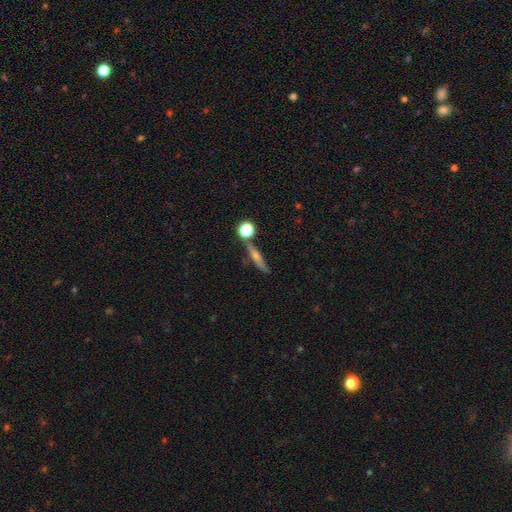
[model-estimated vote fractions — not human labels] The model was most divided on "smooth or featured": featured or disk: 46%, smooth: 40%, star or artifact: 14%. More confident: merging — none (74%).